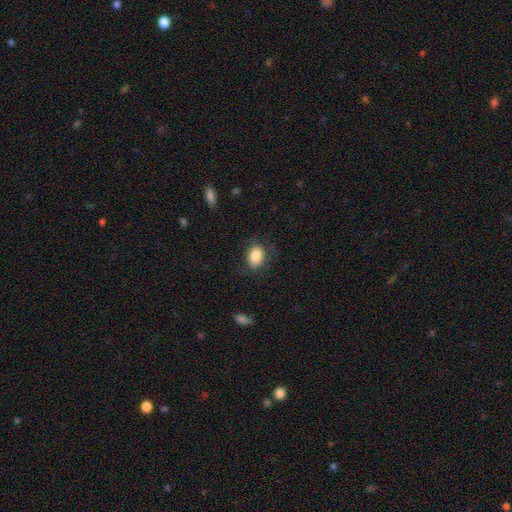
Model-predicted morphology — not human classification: A smooth galaxy with no disk features (85%) that is in between round and cigar-shaped (77%).

Vote fractions:
- Smooth or featured? smooth: 85% / star or artifact: 8% / featured or disk: 7%
- How rounded? in between: 77% / round: 21% / cigar-shaped: 1%
- Merging? none: 77% / minor disturbance: 16% / major disturbance: 6% / merger: 1%